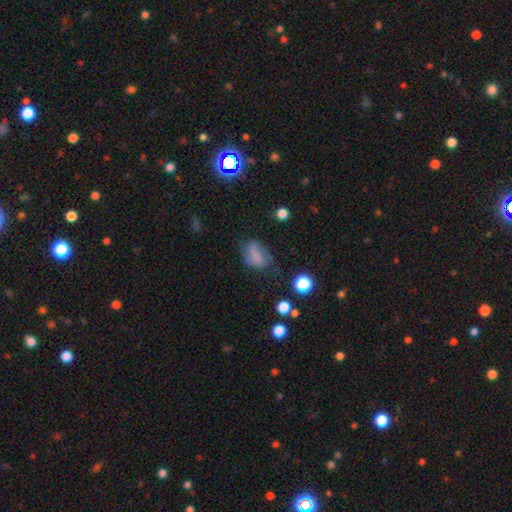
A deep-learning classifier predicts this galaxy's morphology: Q: Smooth or featured?
A: smooth (59%); runner-up: featured or disk (28%)
Q: How rounded?
A: in between (80%); runner-up: round (17%)
Q: Merging?
A: none (45%); runner-up: minor disturbance (29%)